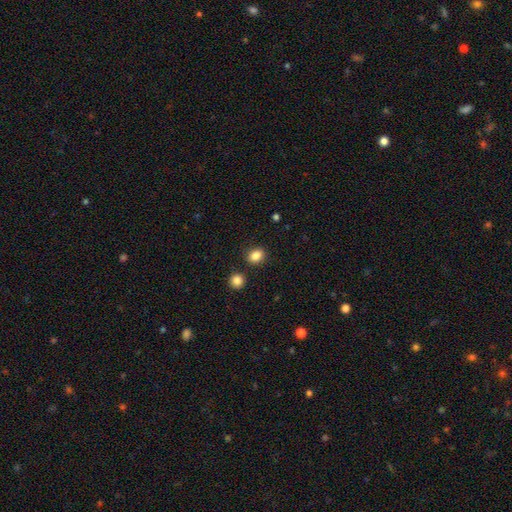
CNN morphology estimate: Overall: smooth (85%). How rounded: in between (50%; round 48%). Merging: none (85%).